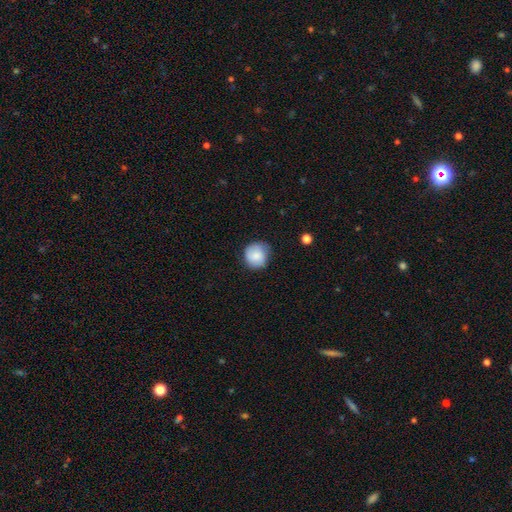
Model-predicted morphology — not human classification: A smooth galaxy with no disk features (82%) that is round (88%).

Vote fractions:
- Smooth or featured? smooth: 82% / featured or disk: 11% / star or artifact: 7%
- How rounded? round: 88% / in between: 11% / cigar-shaped: 1%
- Merging? none: 71% / minor disturbance: 23% / major disturbance: 5% / merger: 1%